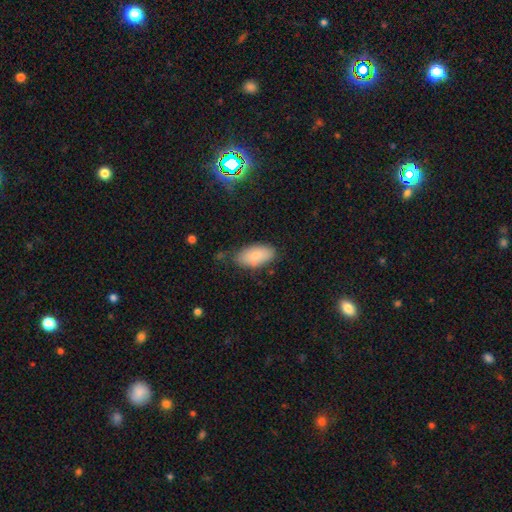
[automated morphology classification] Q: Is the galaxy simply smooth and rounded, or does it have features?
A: smooth — 85%.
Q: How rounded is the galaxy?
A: in between — 93%.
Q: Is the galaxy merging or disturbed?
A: none — 71%.